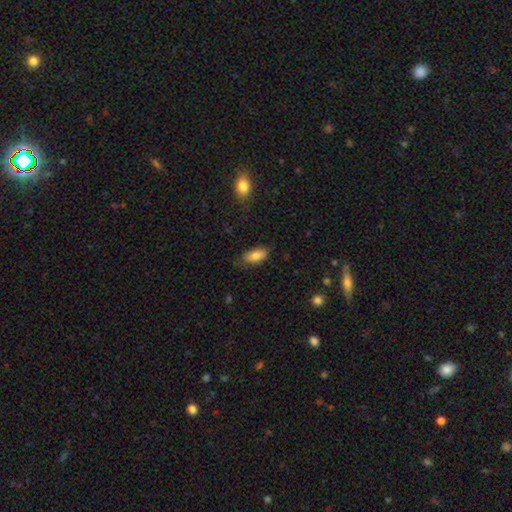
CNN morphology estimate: This appears to be a smooth galaxy with no disk features (81%) that is in between round and cigar-shaped (87%). Merging: none (73%).